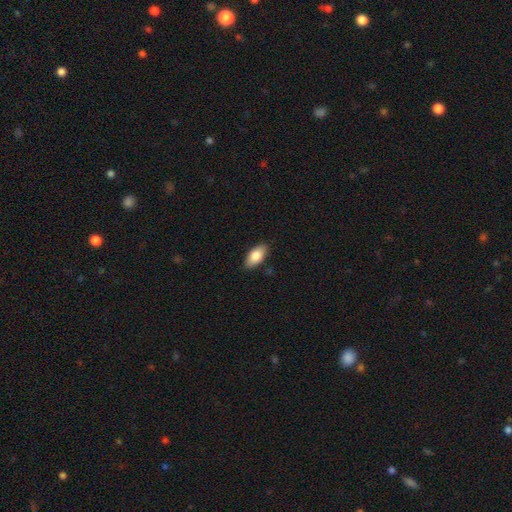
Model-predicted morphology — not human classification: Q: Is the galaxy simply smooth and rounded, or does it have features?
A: smooth — 82%.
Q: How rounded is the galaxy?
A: in between — 91%.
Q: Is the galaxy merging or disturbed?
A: none — 88%.